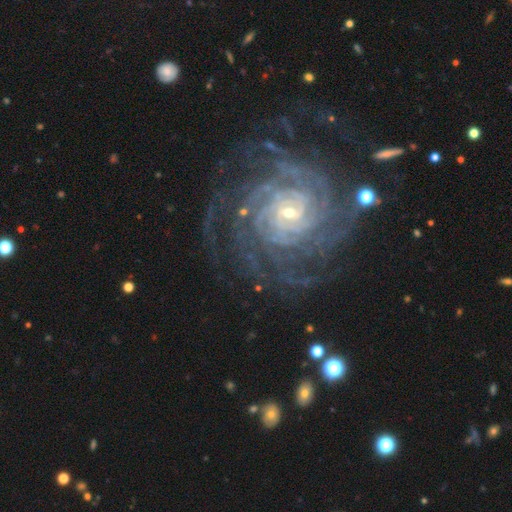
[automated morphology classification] smooth_or_featured: featured or disk (p=0.89) [alt: star or artifact p=0.07]
disk_edge_on: no (p=0.97) [alt: yes p=0.03]
bar: no (p=0.62) [alt: weak p=0.26]
has_spiral_arms: yes (p=0.98) [alt: no p=0.02]
spiral_winding: tight (p=0.81) [alt: medium p=0.16]
spiral_arm_count: can't tell (p=0.23) [alt: more than 4 p=0.22]
bulge_size: small (p=0.73) [alt: moderate p=0.22]
merging: none (p=0.79) [alt: minor disturbance p=0.12]